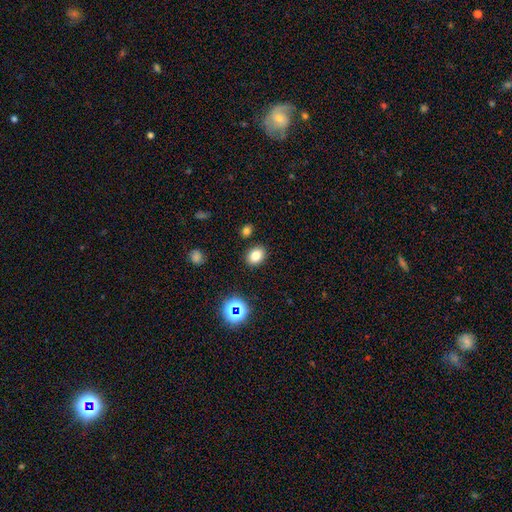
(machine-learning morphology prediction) Overall: smooth (79%). How rounded: in between (60%; round 39%). Merging: none (86%).